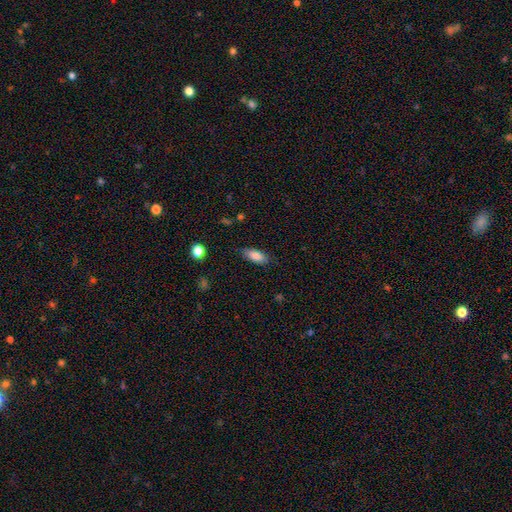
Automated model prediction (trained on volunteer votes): Morphology: type=smooth (84%); roundness=in between (81%); merging=none (83%).